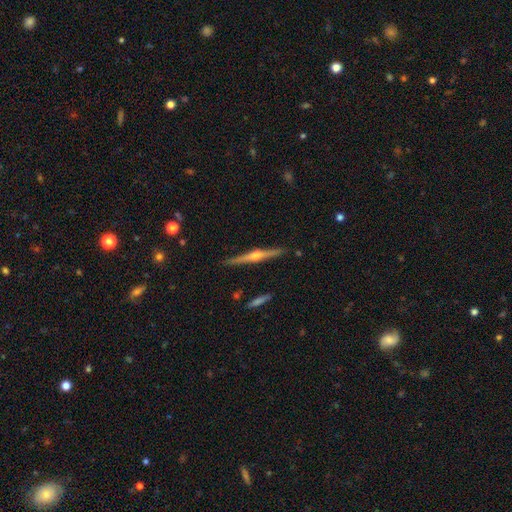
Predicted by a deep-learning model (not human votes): featured or disk 80%, smooth 14%, star or artifact 5%. Down the decision tree: edge-on disk — yes (98%); edge-on bulge — rounded (90%); merging — none (91%).